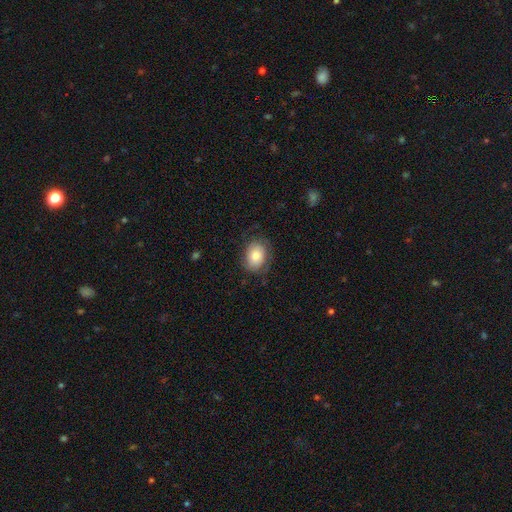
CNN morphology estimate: Smooth or featured? Predicted: smooth (p=0.76). How rounded? Predicted: in between (p=0.62). Merging? Predicted: none (p=0.70).